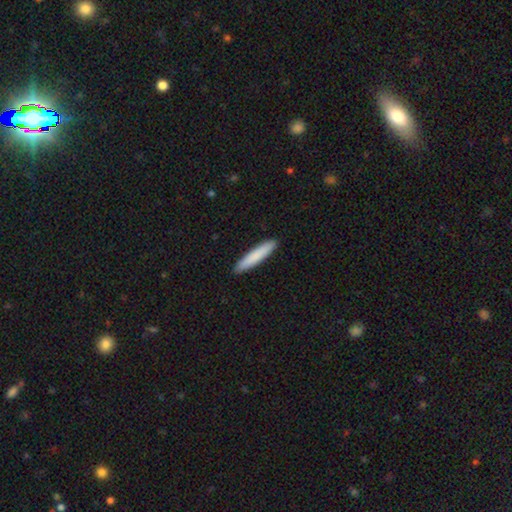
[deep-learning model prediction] smooth 83%, featured or disk 12%, star or artifact 5%. Down the decision tree: how rounded — cigar-shaped (92%); merging — none (92%).